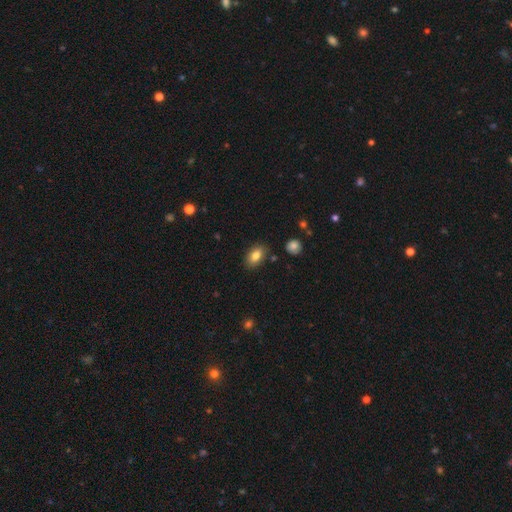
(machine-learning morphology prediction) The model was most divided on "smooth or featured": smooth: 83%, featured or disk: 9%, star or artifact: 8%. More confident: how rounded — in between (90%); merging — none (85%).